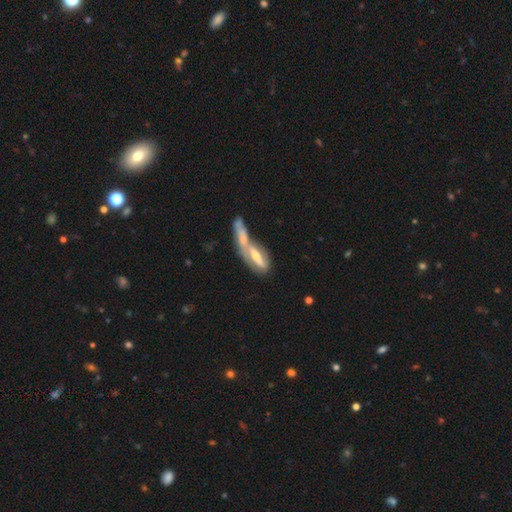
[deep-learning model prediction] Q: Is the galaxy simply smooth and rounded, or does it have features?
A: featured or disk — 52%.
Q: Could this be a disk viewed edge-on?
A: no — 69%.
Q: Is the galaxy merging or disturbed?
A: merger — 65%.